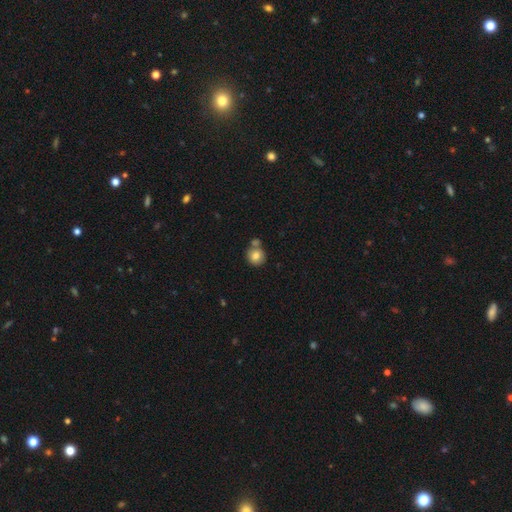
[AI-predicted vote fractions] Smooth or featured?
  - smooth: 80% *
  - featured or disk: 11%
  - star or artifact: 9%
How rounded?
  - round: 91% *
  - in between: 8%
  - cigar-shaped: 1%
Merging?
  - none: 61% *
  - merger: 27%
  - minor disturbance: 10%
  - major disturbance: 3%